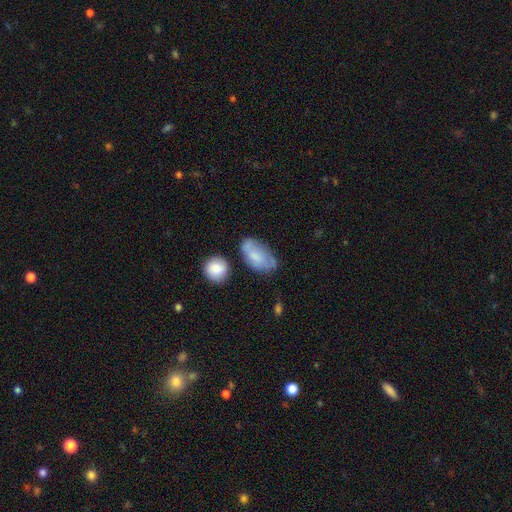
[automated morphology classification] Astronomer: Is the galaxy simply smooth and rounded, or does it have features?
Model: smooth — 69%.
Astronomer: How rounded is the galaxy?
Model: in between — 92%.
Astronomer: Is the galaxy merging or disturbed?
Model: none — 51% (runner-up: minor disturbance, 28%).